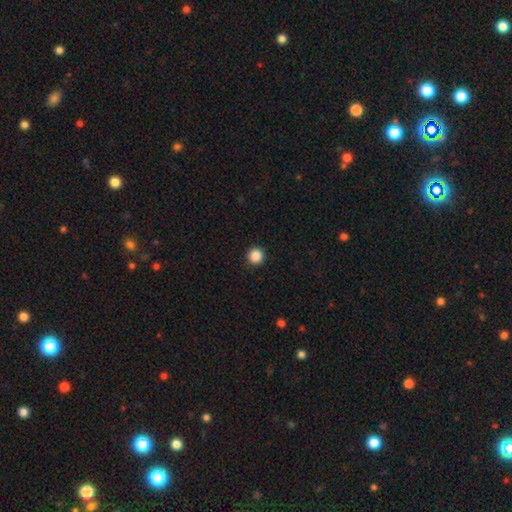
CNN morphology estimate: Q: Smooth or featured?
A: smooth (88%); runner-up: star or artifact (10%)
Q: How rounded?
A: round (96%); runner-up: in between (3%)
Q: Merging?
A: none (93%); runner-up: minor disturbance (5%)